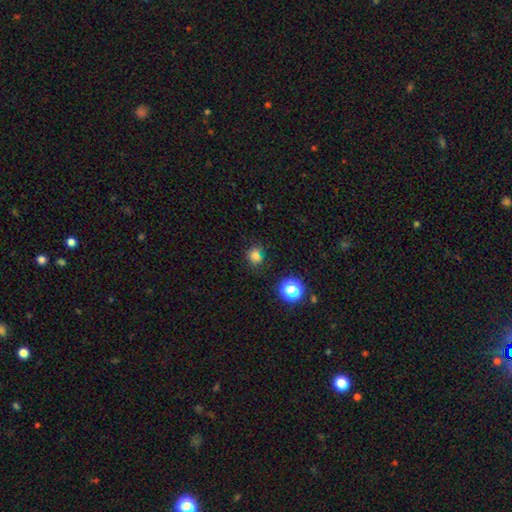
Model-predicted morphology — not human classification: Smooth or featured? smooth (75%)
How rounded? round (78%)
Merging? none (70%)